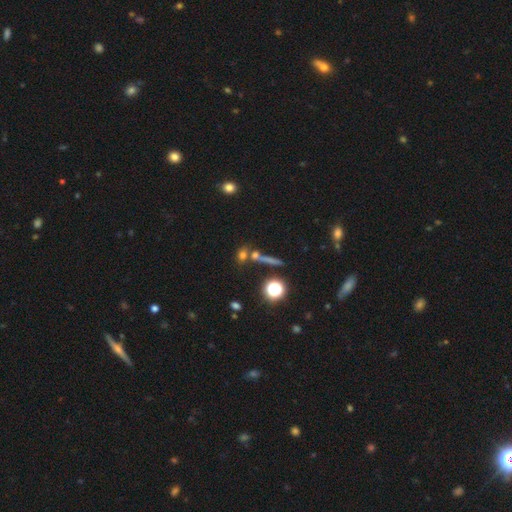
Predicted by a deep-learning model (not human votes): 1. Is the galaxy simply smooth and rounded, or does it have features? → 49% smooth, 27% star or artifact, 24% featured or disk.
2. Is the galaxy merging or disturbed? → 60% none, 27% merger, 9% minor disturbance, 5% major disturbance.